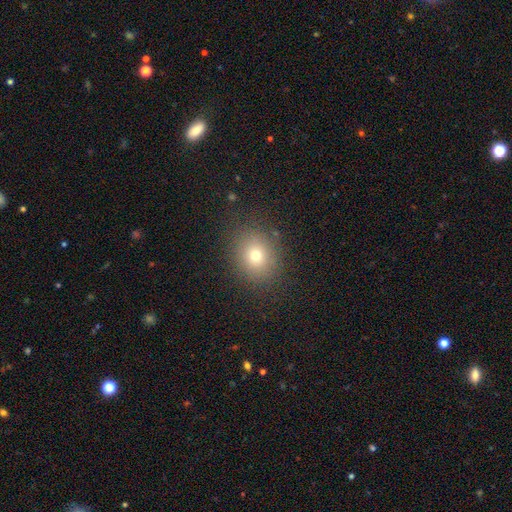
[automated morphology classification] smooth 72%, star or artifact 16%, featured or disk 12%. Down the decision tree: how rounded — round (65%); merging — none (85%).